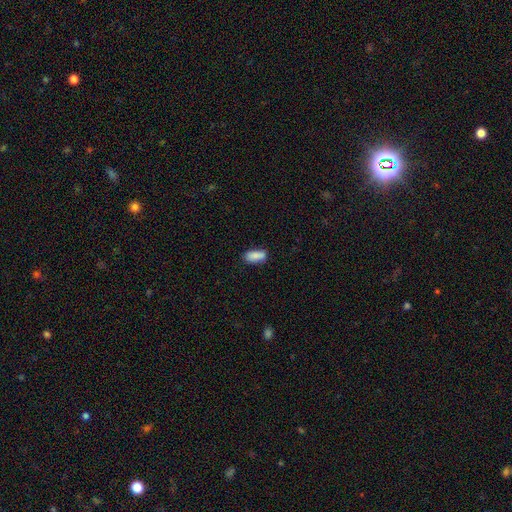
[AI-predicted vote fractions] smooth-or-featured: smooth: 86% | star or artifact: 8% | featured or disk: 7%
  how-rounded: in between: 81% | cigar-shaped: 16% | round: 3%
  merging: none: 69% | minor disturbance: 19% | merger: 7% | major disturbance: 4%